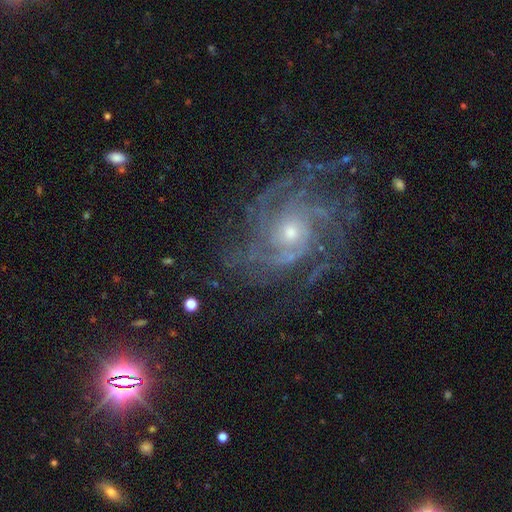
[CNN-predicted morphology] The model was most divided on "spiral arm count": can't tell: 26%, 4: 19%, 3: 19%, more than 4: 14%, 2: 13%, 1: 8%. More confident: edge-on disk — no (97%); spiral arms — yes (97%); smooth or featured — featured or disk (87%); bar — no (76%); merging — none (72%); spiral winding — tight (58%); bulge size — small (58%).